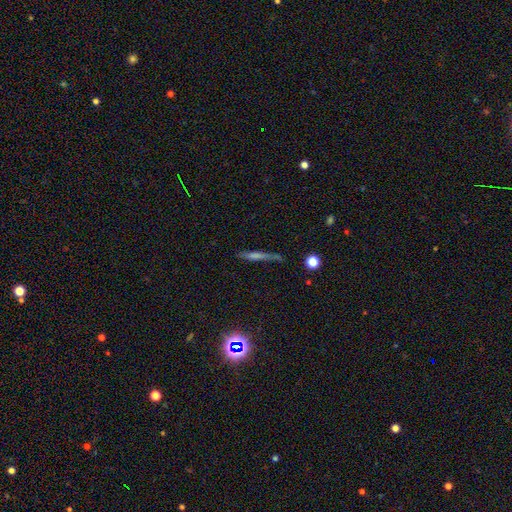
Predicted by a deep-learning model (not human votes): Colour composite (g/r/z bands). It shows a featured or disk galaxy (47%). Merging: none (79%).